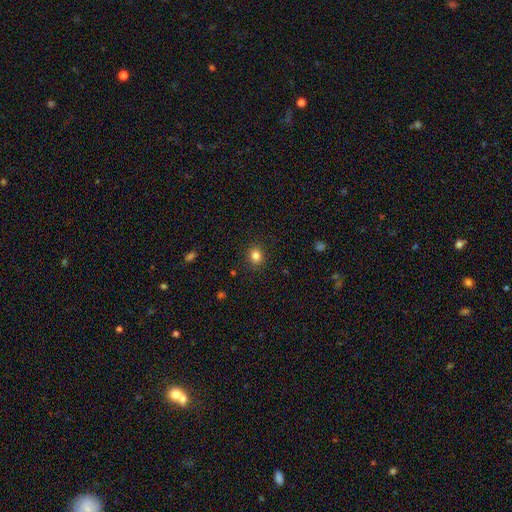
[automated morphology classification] Smooth or featured: smooth — 84% (star or artifact — 12%)
How rounded: round — 72% (in between — 27%)
Merging: none — 89% (minor disturbance — 8%)